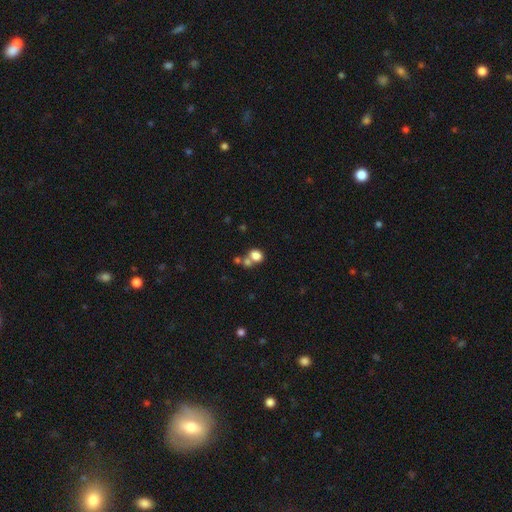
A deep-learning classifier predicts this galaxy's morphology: The model was most divided on "merging": none: 43%, merger: 42%, minor disturbance: 9%, major disturbance: 5%. More confident: smooth or featured — smooth (78%); how rounded — round (57%).